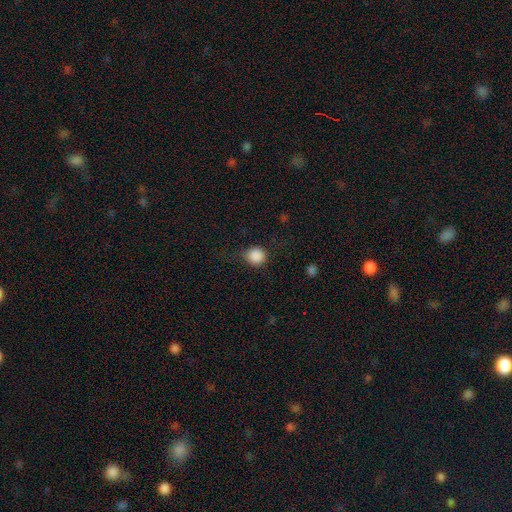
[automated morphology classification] The model was most divided on "merging": none: 78%, minor disturbance: 15%, major disturbance: 6%, merger: 1%. More confident: how rounded — round (90%); smooth or featured — smooth (87%).